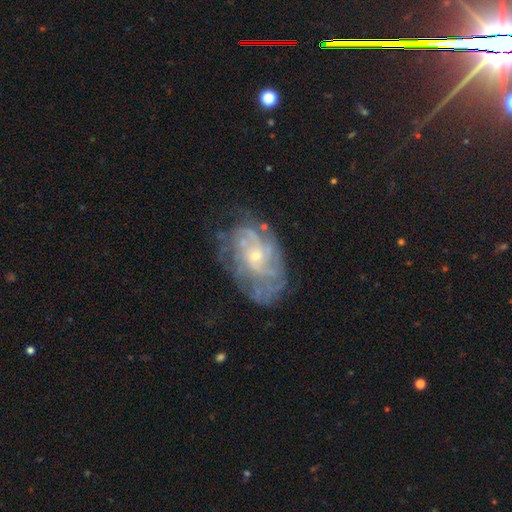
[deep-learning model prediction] Smooth or featured?
  - featured or disk: 81% *
  - smooth: 11%
  - star or artifact: 8%
Edge-on disk?
  - no: 96% *
  - yes: 4%
Bar?
  - no: 74% *
  - weak: 22%
  - strong: 3%
Spiral arms?
  - yes: 89% *
  - no: 11%
Spiral winding?
  - tight: 55% *
  - medium: 33%
  - loose: 12%
Spiral arm count?
  - can't tell: 46% *
  - 2: 14%
  - 4: 14%
  - 3: 13%
  - more than 4: 7%
  - 1: 5%
Bulge size?
  - small: 72% *
  - moderate: 24%
  - none: 2%
  - large: 1%
  - dominant: 1%
Merging?
  - none: 63% *
  - minor disturbance: 22%
  - major disturbance: 13%
  - merger: 2%